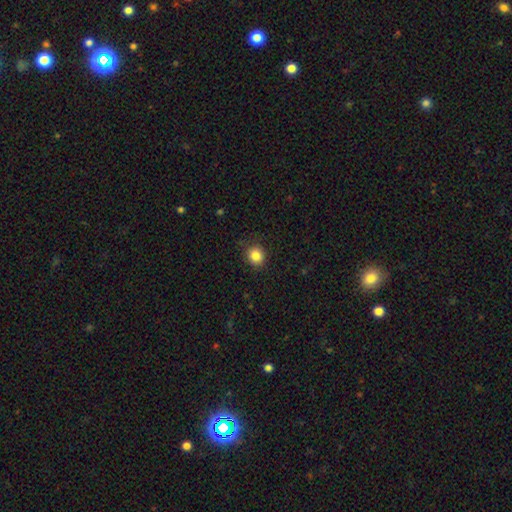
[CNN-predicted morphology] Smooth or featured: smooth — 85% (star or artifact — 11%)
How rounded: round — 86% (in between — 13%)
Merging: none — 86% (minor disturbance — 10%)